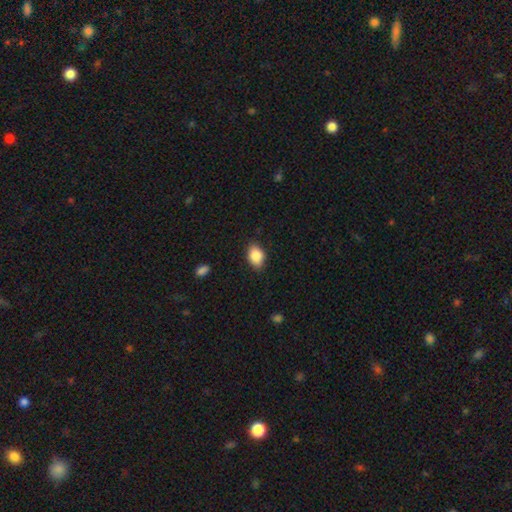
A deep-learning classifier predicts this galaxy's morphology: Q: Smooth or featured?
A: smooth (87%); runner-up: star or artifact (8%)
Q: How rounded?
A: in between (84%); runner-up: round (15%)
Q: Merging?
A: none (83%); runner-up: minor disturbance (14%)